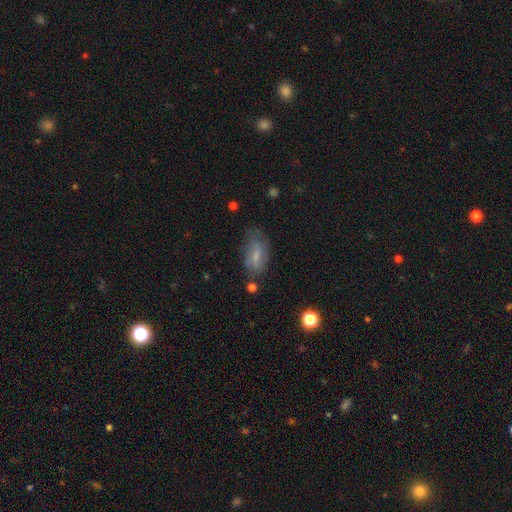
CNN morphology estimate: smooth-or-featured: smooth: 59% | featured or disk: 32% | star or artifact: 9%
  how-rounded: in between: 85% | cigar-shaped: 10% | round: 5%
  merging: none: 61% | minor disturbance: 26% | major disturbance: 10% | merger: 3%